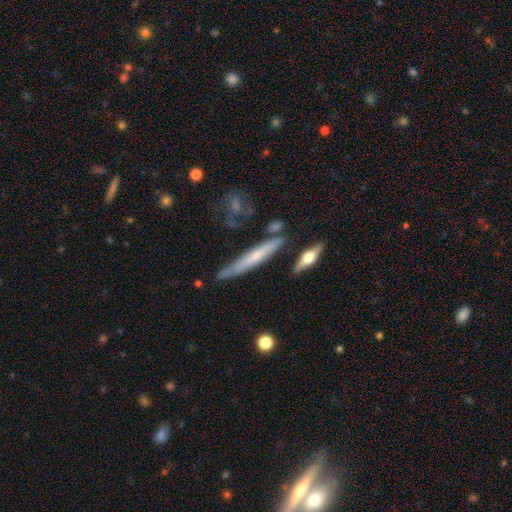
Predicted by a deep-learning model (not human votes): Smooth or featured: featured or disk — 50% (smooth — 42%)
Edge-on disk: yes — 89% (no — 11%)
Merging: none — 74% (minor disturbance — 17%)